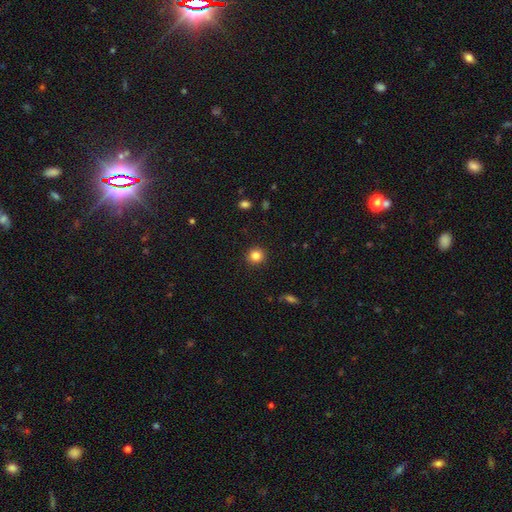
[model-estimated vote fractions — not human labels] A smooth galaxy with no disk features (83%) that is round (92%).

Vote fractions:
- Smooth or featured? smooth: 83% / star or artifact: 11% / featured or disk: 5%
- How rounded? round: 92% / in between: 7% / cigar-shaped: 1%
- Merging? none: 91% / minor disturbance: 6% / major disturbance: 2% / merger: 1%